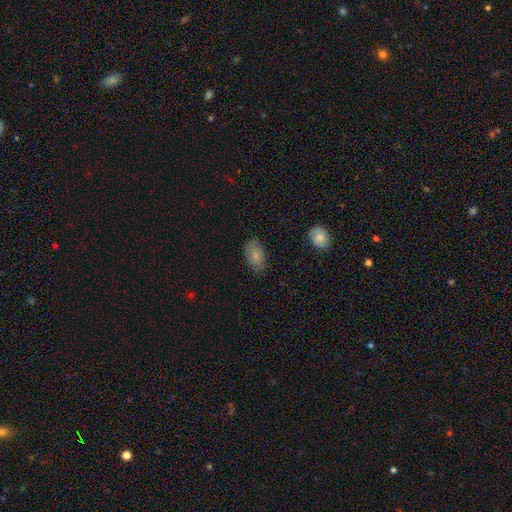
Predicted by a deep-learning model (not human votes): This is likely a smooth galaxy (75%). How rounded: clearly in between (92%). Merging: likely none (77%).